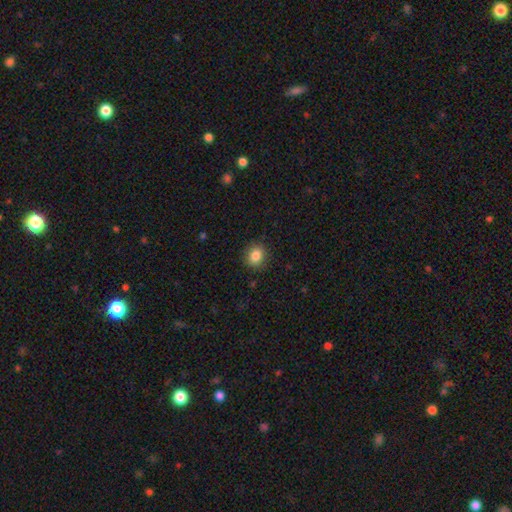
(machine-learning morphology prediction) smooth 85%, star or artifact 10%, featured or disk 5%. Down the decision tree: how rounded — round (67%); merging — none (88%).